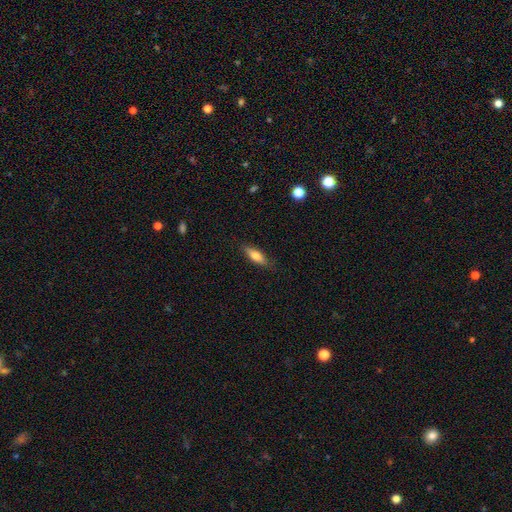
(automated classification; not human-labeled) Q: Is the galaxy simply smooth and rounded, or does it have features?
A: smooth — 69%.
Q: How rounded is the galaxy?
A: in between — 52%.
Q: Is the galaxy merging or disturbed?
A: none — 84%.